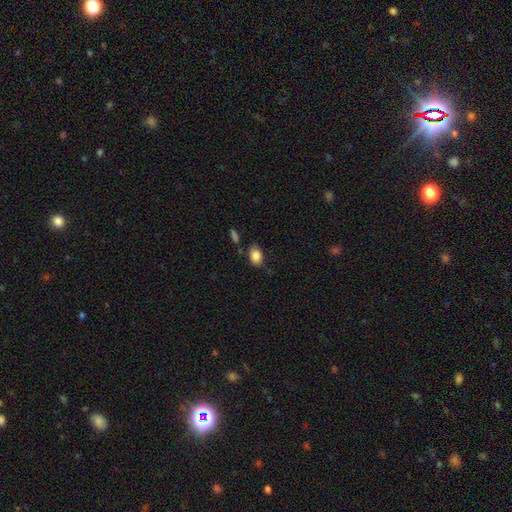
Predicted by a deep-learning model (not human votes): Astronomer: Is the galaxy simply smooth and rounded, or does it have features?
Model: smooth — 86%.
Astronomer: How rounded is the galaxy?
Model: in between — 83%.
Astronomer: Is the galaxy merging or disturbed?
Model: none — 69%.